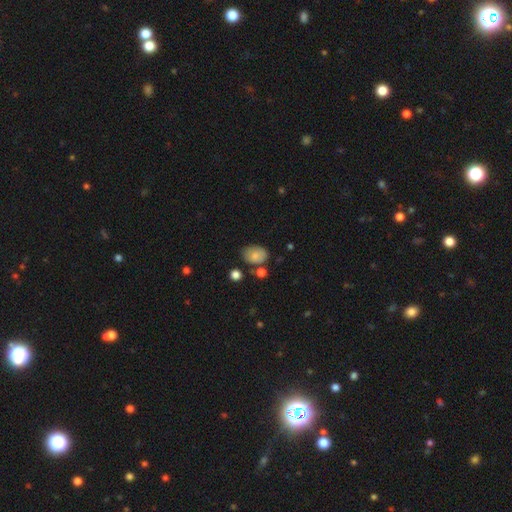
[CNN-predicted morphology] This appears to be a smooth galaxy with no disk features (78%) that is in between round and cigar-shaped (76%). Merging: none (65%).